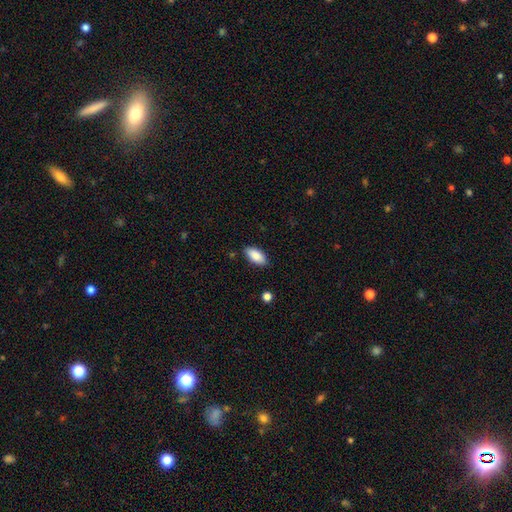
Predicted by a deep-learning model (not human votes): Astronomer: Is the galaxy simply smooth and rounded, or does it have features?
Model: smooth — 86%.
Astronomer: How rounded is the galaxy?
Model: in between — 90%.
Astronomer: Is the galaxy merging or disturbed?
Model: none — 85%.